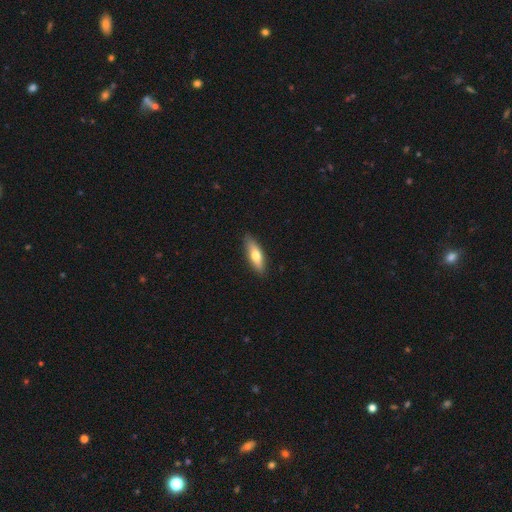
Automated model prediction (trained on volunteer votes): Smooth or featured?
  - smooth: 64% *
  - featured or disk: 30%
  - star or artifact: 6%
How rounded?
  - cigar-shaped: 50% *
  - in between: 47%
  - round: 3%
Merging?
  - none: 88% *
  - minor disturbance: 9%
  - major disturbance: 2%
  - merger: 1%